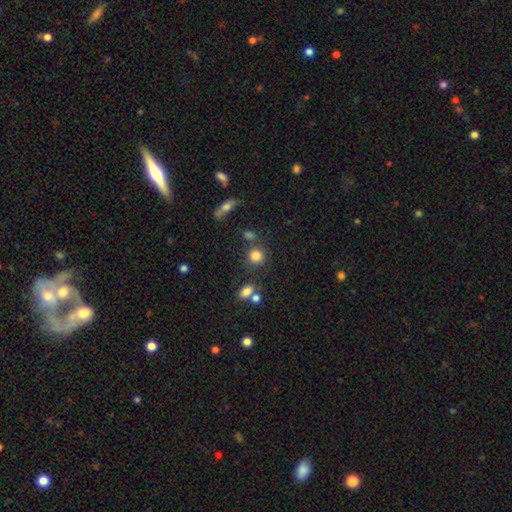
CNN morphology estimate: The model was most divided on "merging": none: 68%, merger: 14%, minor disturbance: 12%, major disturbance: 5%. More confident: how rounded — round (83%); smooth or featured — smooth (81%).